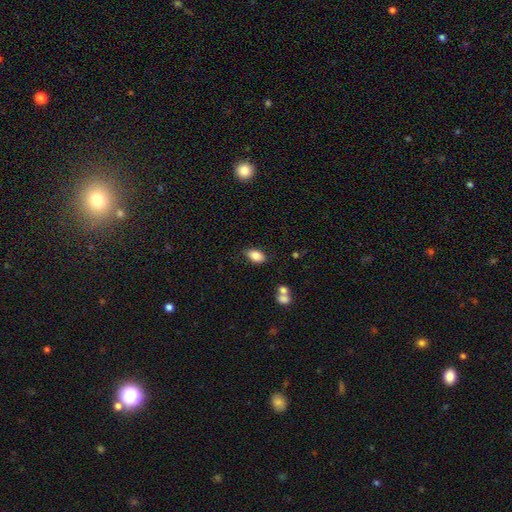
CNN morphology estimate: smooth-or-featured: smooth: 84% | star or artifact: 8% | featured or disk: 8%
  how-rounded: in between: 90% | round: 7% | cigar-shaped: 2%
  merging: none: 80% | minor disturbance: 13% | merger: 3% | major disturbance: 3%